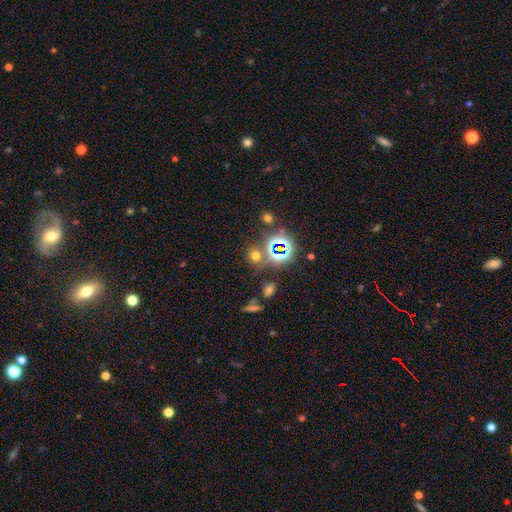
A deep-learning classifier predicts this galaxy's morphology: smooth_or_featured: smooth (p=0.50) [alt: star or artifact p=0.42]
how_rounded: round (p=0.76) [alt: in between p=0.22]
merging: none (p=0.73) [alt: merger p=0.12]